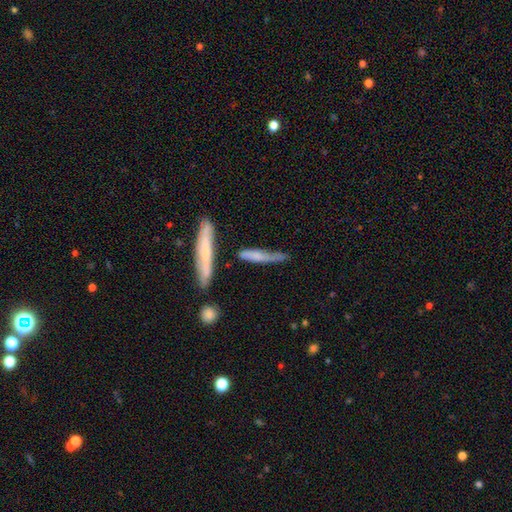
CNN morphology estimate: Smooth or featured: smooth — 54% (featured or disk — 39%)
How rounded: cigar-shaped — 89% (in between — 9%)
Merging: none — 49% (minor disturbance — 27%)